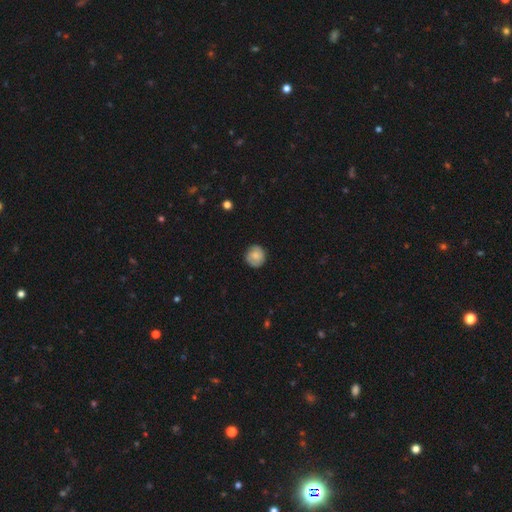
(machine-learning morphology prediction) Smooth or featured? Predicted: smooth (p=0.70). How rounded? Predicted: round (p=0.90). Merging? Predicted: none (p=0.85).